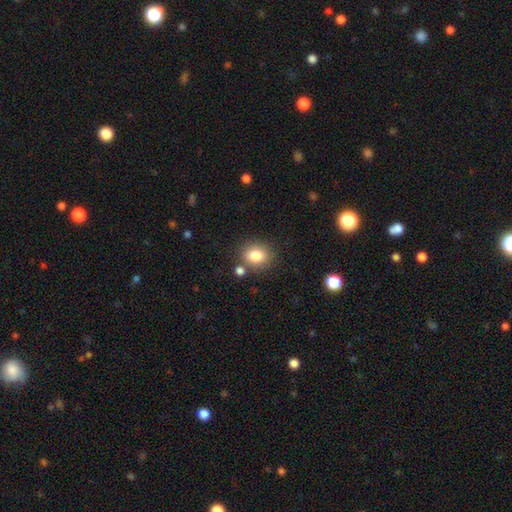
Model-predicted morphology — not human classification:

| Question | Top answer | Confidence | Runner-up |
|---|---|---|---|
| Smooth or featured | smooth | 84% | star or artifact (10%) |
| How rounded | round | 53% | in between (46%) |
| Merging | none | 76% | minor disturbance (11%) |